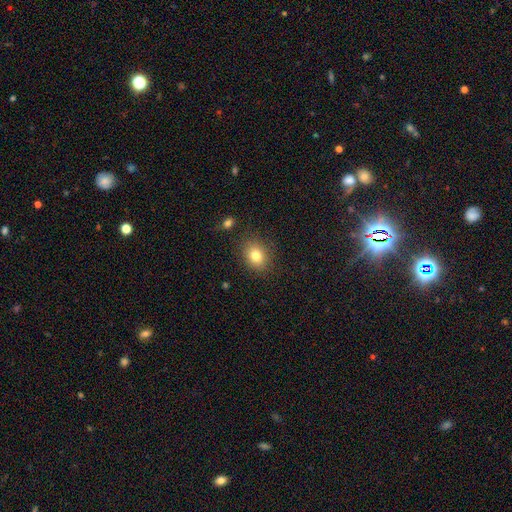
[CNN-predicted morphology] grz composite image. It shows a smooth galaxy with no disk features (80%) that is round (53%). Merging: none (85%).